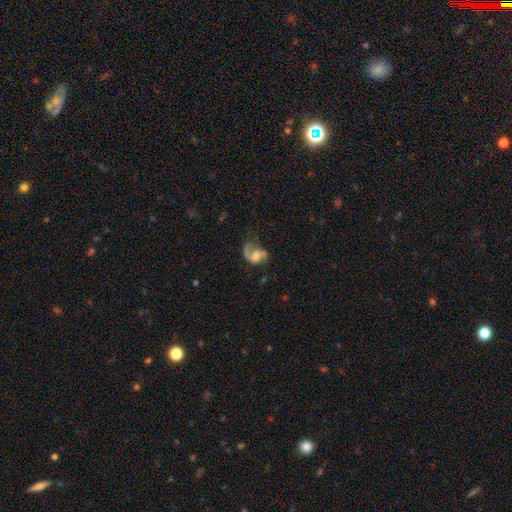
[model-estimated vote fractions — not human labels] Overall: featured or disk (76%). Edge-on disk: no (98%). Bar: no (58%; weak 35%). Spiral arms: yes (92%). Spiral arm count: 2 (70%). Spiral winding: loose (53%; medium 38%). Bulge size: moderate (47%; small 30%). Merging: none (45%; major disturbance 29%).